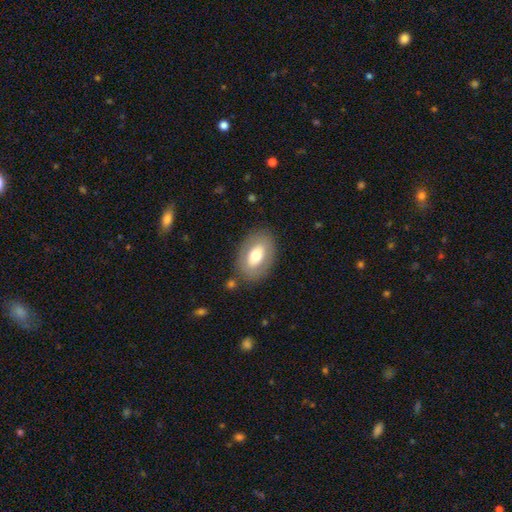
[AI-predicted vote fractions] This is likely a smooth galaxy (62%). How rounded: clearly in between (89%). Merging: clearly none (82%).